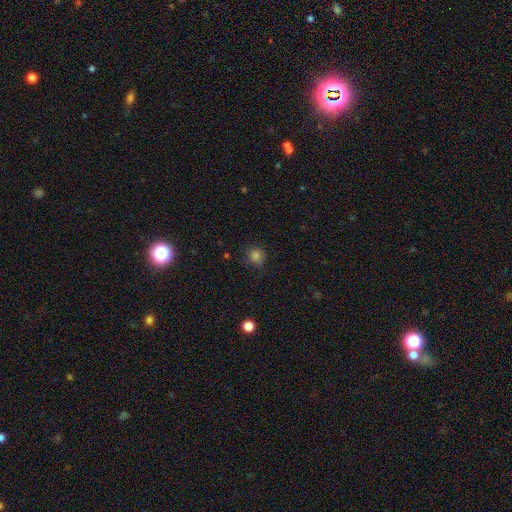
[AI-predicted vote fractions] Smooth or featured? Predicted: smooth (p=0.80). How rounded? Predicted: round (p=0.91). Merging? Predicted: none (p=0.84).